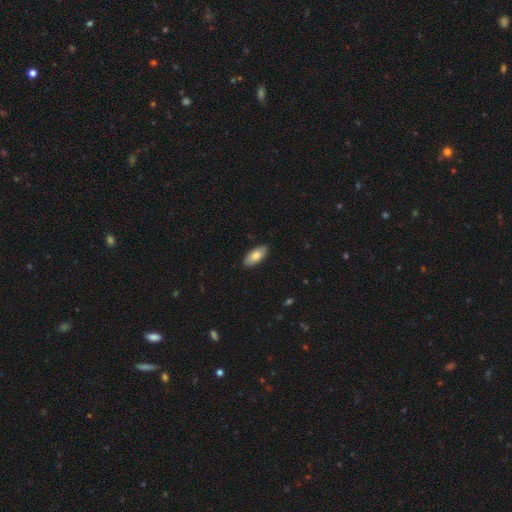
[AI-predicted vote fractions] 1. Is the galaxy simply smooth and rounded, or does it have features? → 81% smooth, 13% featured or disk, 6% star or artifact.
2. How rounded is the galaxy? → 90% in between, 8% cigar-shaped, 2% round.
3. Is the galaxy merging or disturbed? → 88% none, 9% minor disturbance, 2% major disturbance, 1% merger.